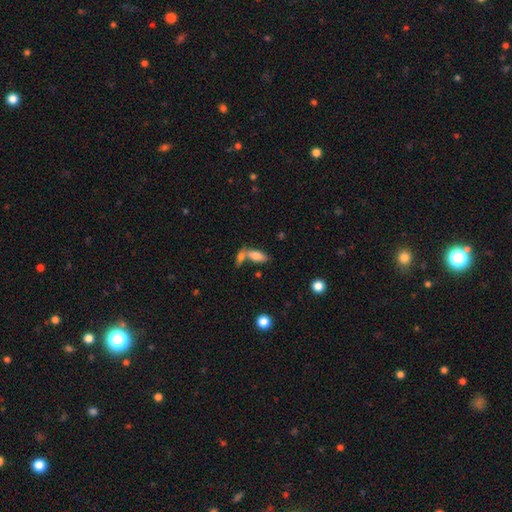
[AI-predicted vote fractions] Overall: smooth (77%). How rounded: in between (80%). Merging: merger (45%; none 41%).